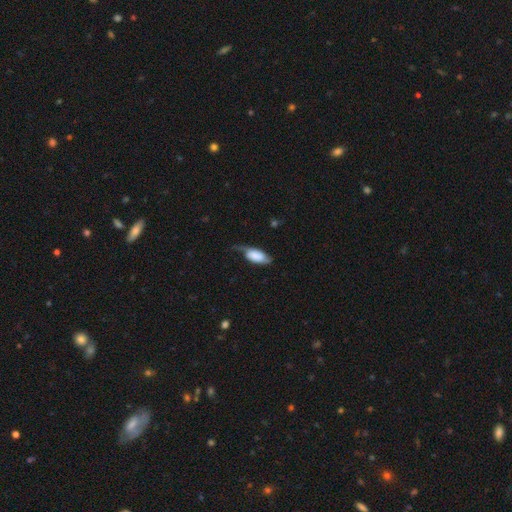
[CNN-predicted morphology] Q: Smooth or featured?
A: smooth (62%); runner-up: featured or disk (31%)
Q: How rounded?
A: in between (88%); runner-up: cigar-shaped (9%)
Q: Merging?
A: none (37%); tied with: minor disturbance (37%)